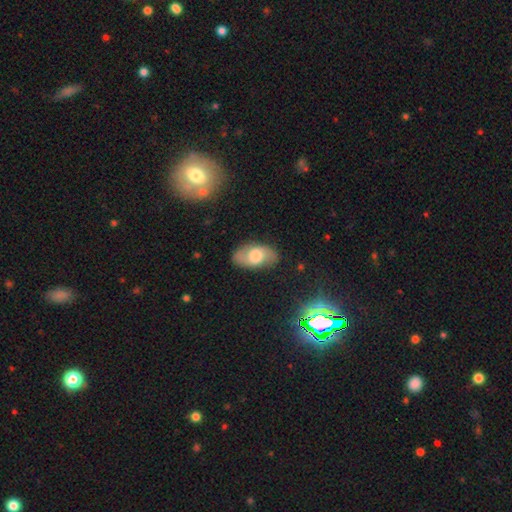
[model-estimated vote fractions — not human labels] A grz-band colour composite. It shows a featured or disk galaxy (51%). Merging: none (79%).